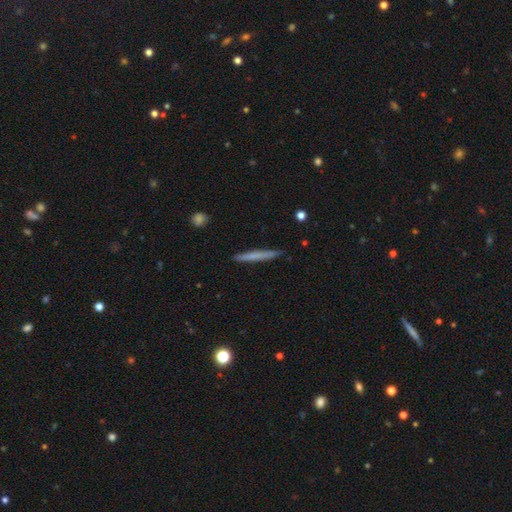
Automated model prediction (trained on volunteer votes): smooth_or_featured: smooth (p=0.59) [alt: featured or disk p=0.35]
how_rounded: cigar-shaped (p=0.96) [alt: in between p=0.02]
merging: none (p=0.90) [alt: minor disturbance p=0.07]